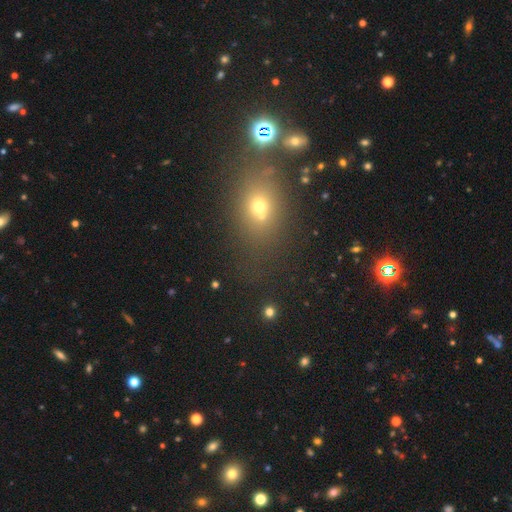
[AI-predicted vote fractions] smooth 56%, star or artifact 33%, featured or disk 11%. Down the decision tree: how rounded — in between (62%); merging — none (78%).